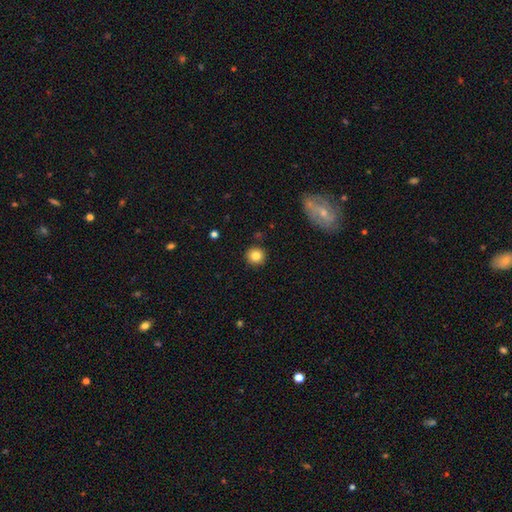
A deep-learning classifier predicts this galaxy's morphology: Smooth or featured?
  - smooth: 83% *
  - star or artifact: 10%
  - featured or disk: 8%
How rounded?
  - round: 93% *
  - in between: 6%
  - cigar-shaped: 1%
Merging?
  - none: 91% *
  - minor disturbance: 6%
  - major disturbance: 2%
  - merger: 2%